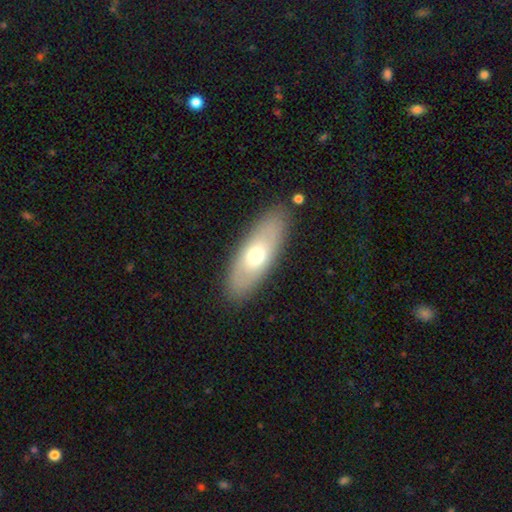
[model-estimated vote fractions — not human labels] This appears to be a smooth galaxy with no disk features (60%) that is in between round and cigar-shaped (73%). Merging: none (86%).